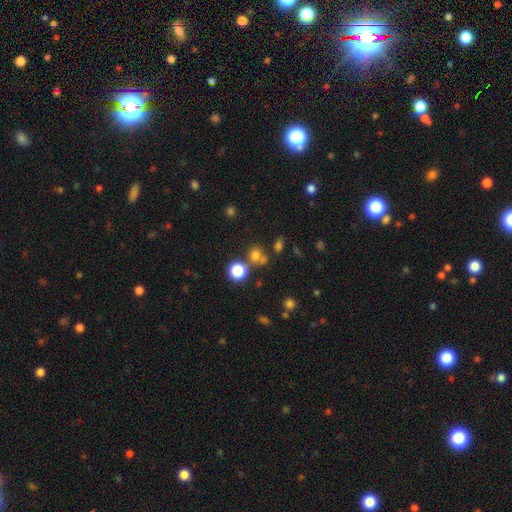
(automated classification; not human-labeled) Smooth or featured: smooth — 69% (star or artifact — 23%)
How rounded: round — 81% (in between — 17%)
Merging: none — 62% (merger — 24%)